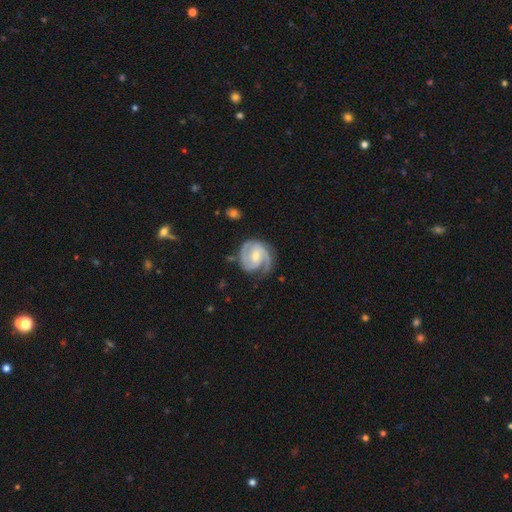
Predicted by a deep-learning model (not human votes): Q: Smooth or featured?
A: featured or disk (88%); runner-up: smooth (8%)
Q: Edge-on disk?
A: no (98%); runner-up: yes (2%)
Q: Bar?
A: weak (47%); runner-up: no (37%)
Q: Spiral arms?
A: yes (97%); runner-up: no (3%)
Q: Spiral winding?
A: tight (49%); runner-up: medium (42%)
Q: Spiral arm count?
A: 2 (62%); runner-up: 3 (18%)
Q: Bulge size?
A: small (48%); runner-up: moderate (47%)
Q: Merging?
A: none (70%); runner-up: minor disturbance (20%)